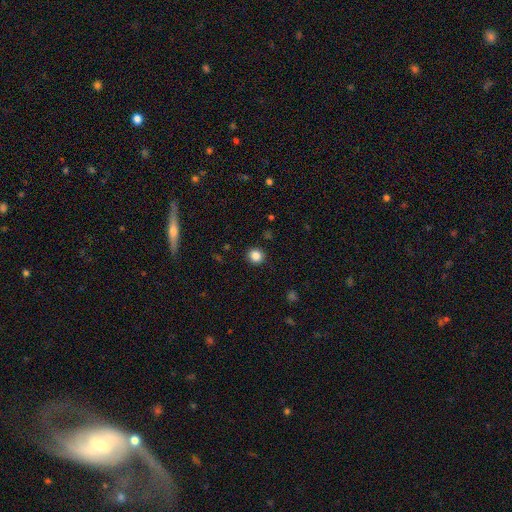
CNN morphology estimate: Q: Smooth or featured?
A: smooth (85%); runner-up: star or artifact (11%)
Q: How rounded?
A: round (90%); runner-up: in between (9%)
Q: Merging?
A: none (92%); runner-up: minor disturbance (5%)